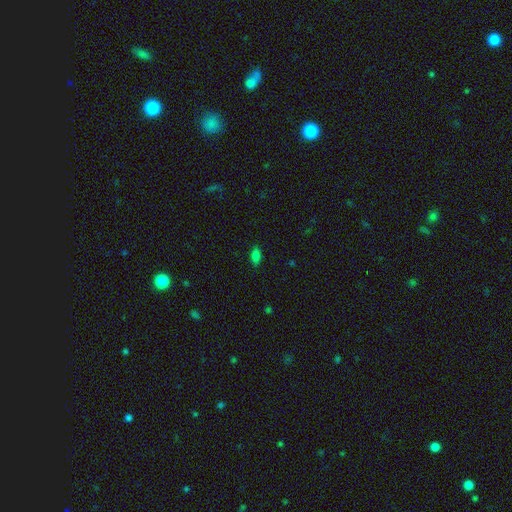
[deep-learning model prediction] Smooth or featured? smooth (77%)
How rounded? in between (86%)
Merging? none (85%)